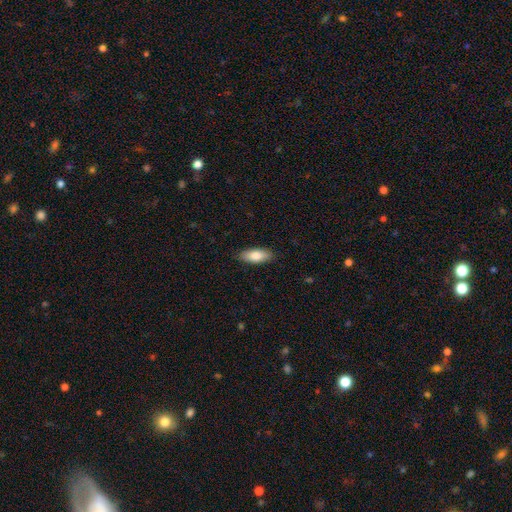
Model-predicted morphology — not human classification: A smooth galaxy with no disk features (82%) that is in between round and cigar-shaped (81%). Merging: none (88%).